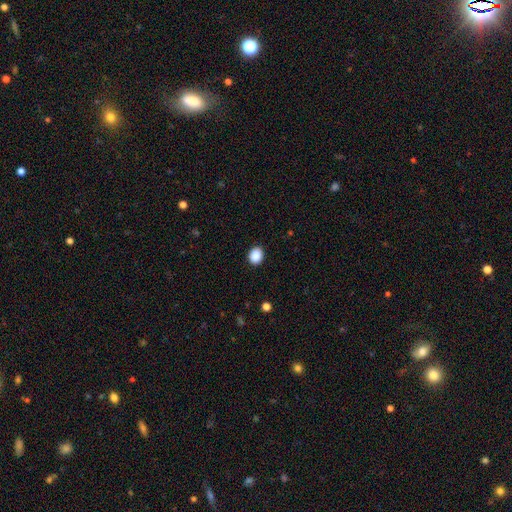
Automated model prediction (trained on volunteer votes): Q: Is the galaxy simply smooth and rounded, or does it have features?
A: smooth — 89%.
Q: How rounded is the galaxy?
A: round — 59%.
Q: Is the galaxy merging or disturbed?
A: none — 90%.